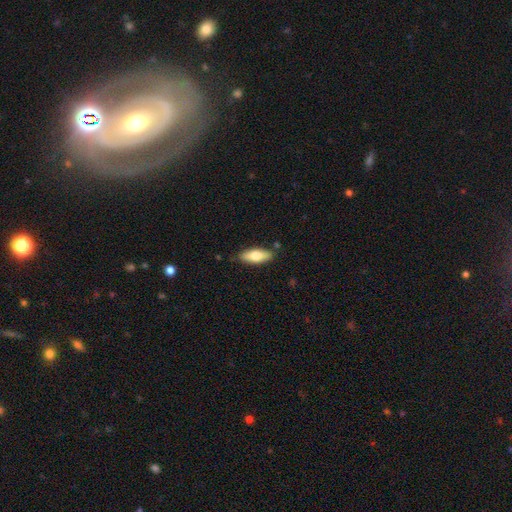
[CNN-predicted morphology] type=smooth (73%); roundness=in between (71%); merging=none (83%).